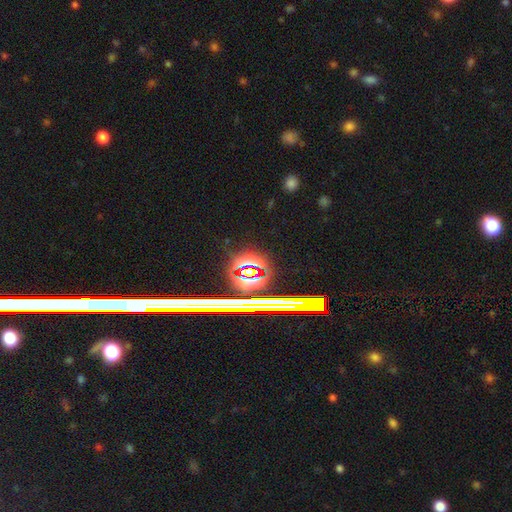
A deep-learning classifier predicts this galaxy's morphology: Smooth or featured? Predicted: star or artifact (p=0.72).